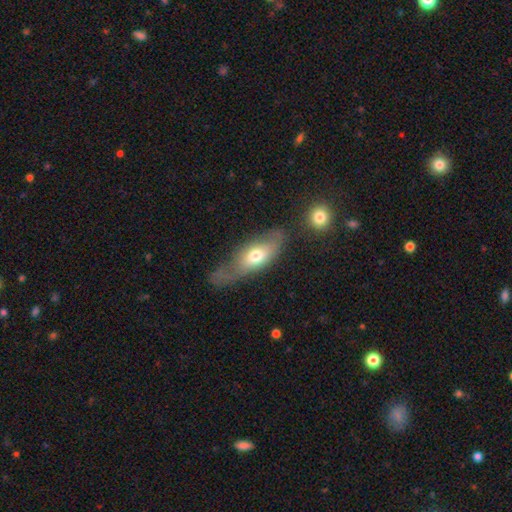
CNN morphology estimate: Smooth or featured? Predicted: smooth (p=0.59). How rounded? Predicted: in between (p=0.75). Merging? Predicted: none (p=0.38).